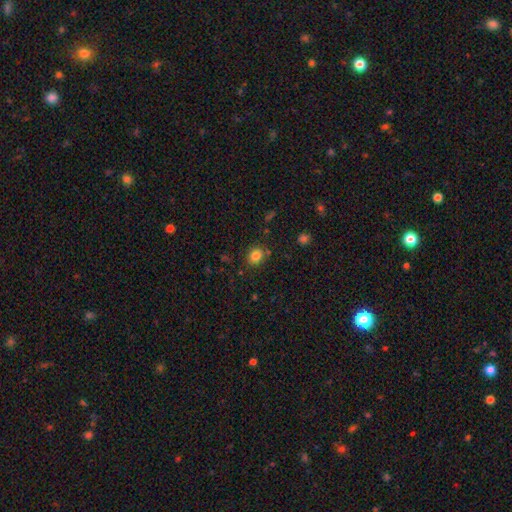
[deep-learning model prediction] smooth-or-featured: smooth: 82% | star or artifact: 12% | featured or disk: 6%
  how-rounded: round: 68% | in between: 31% | cigar-shaped: 1%
  merging: none: 82% | minor disturbance: 11% | merger: 4% | major disturbance: 3%